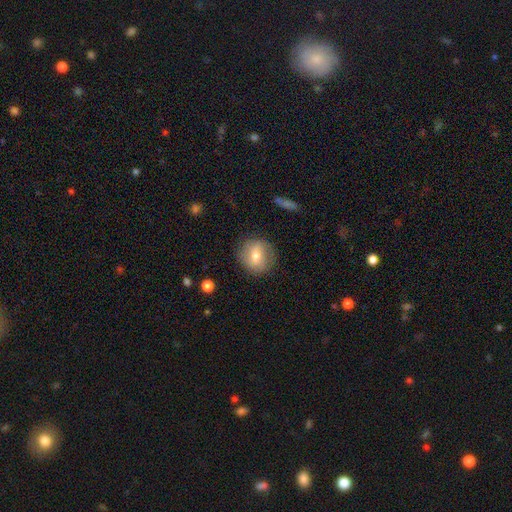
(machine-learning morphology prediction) This appears to be a smooth galaxy with no disk features (57%) that is round (86%). Merging: none (82%).